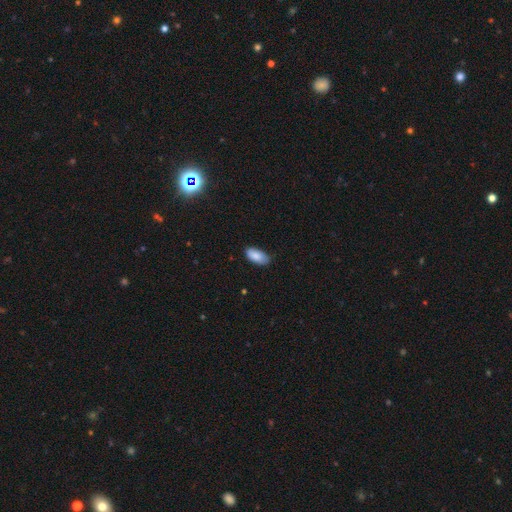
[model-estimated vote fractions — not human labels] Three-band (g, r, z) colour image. It shows a smooth galaxy with no disk features (87%) that is in between round and cigar-shaped (94%). Merging: none (78%).